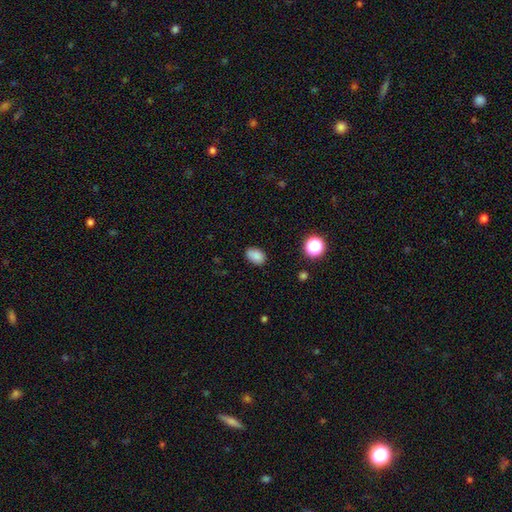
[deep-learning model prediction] Overall: smooth (85%). How rounded: in between (83%). Merging: none (80%).